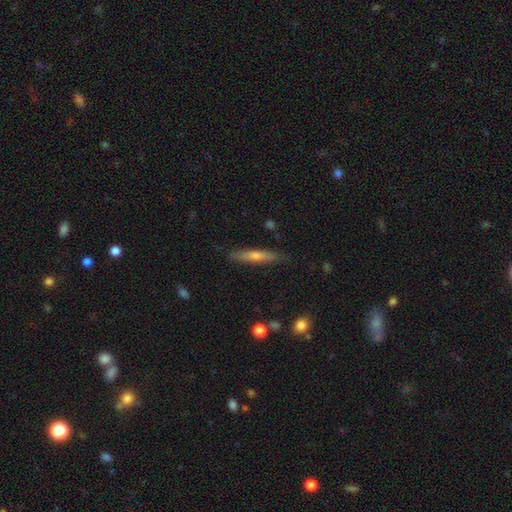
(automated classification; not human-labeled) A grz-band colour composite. It shows a smooth galaxy with no disk features (48%). Merging: none (86%).